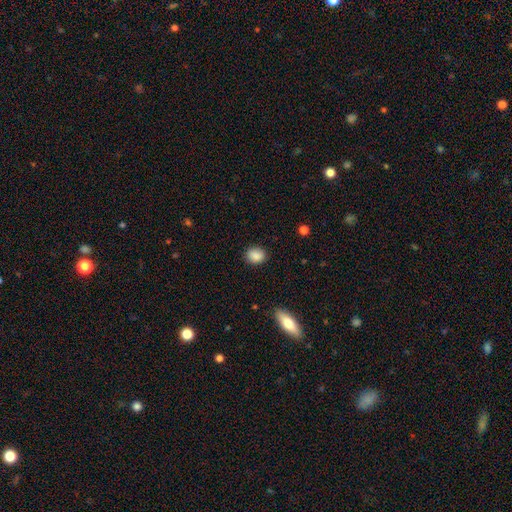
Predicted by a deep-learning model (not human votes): A smooth galaxy with no disk features (87%) that is round (55%).

Vote fractions:
- Smooth or featured? smooth: 87% / star or artifact: 9% / featured or disk: 4%
- How rounded? round: 55% / in between: 44% / cigar-shaped: 1%
- Merging? none: 86% / minor disturbance: 10% / major disturbance: 3% / merger: 1%